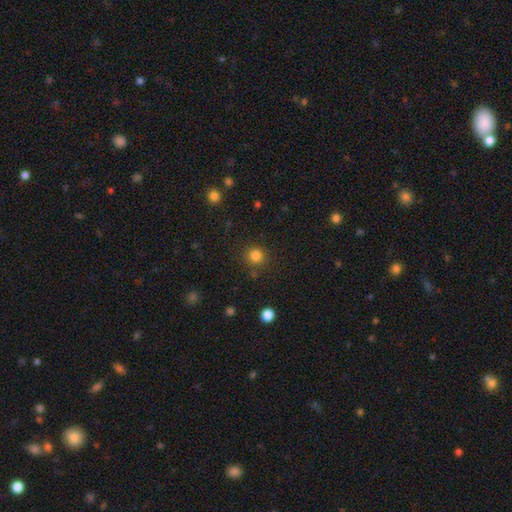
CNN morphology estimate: The model was most divided on "smooth or featured": smooth: 83%, star or artifact: 13%, featured or disk: 4%. More confident: how rounded — round (92%); merging — none (86%).